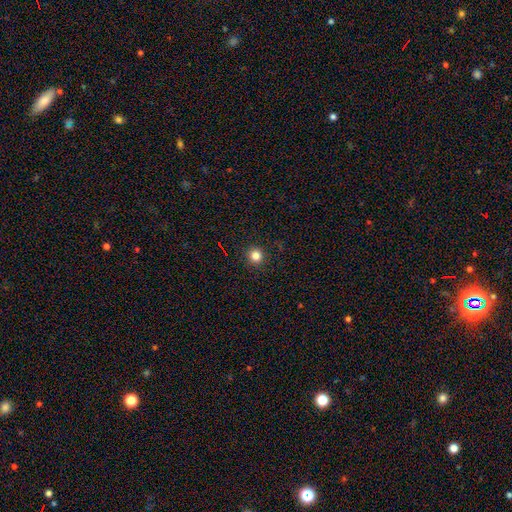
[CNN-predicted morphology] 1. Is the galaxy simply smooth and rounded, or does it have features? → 82% smooth, 14% star or artifact, 5% featured or disk.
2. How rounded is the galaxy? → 95% round, 4% in between, 1% cigar-shaped.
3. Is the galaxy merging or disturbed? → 93% none, 5% minor disturbance, 2% major disturbance, 1% merger.